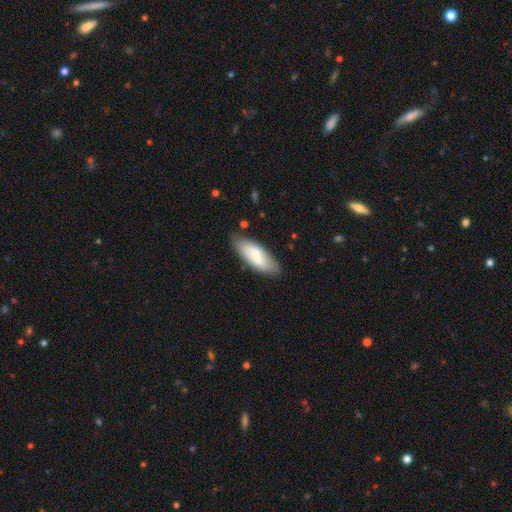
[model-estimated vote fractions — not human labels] Smooth or featured? Predicted: smooth (p=0.74). How rounded? Predicted: in between (p=0.72). Merging? Predicted: none (p=0.76).